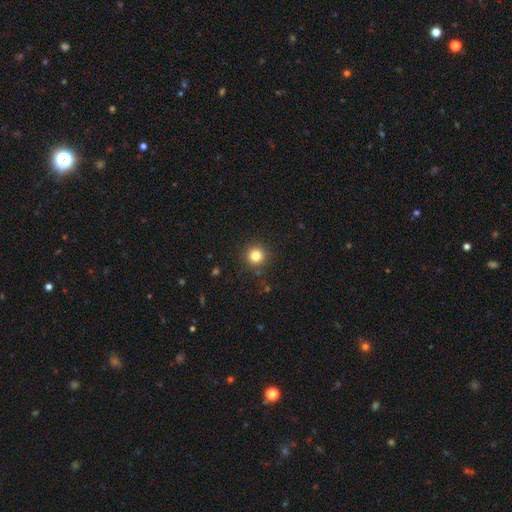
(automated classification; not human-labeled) This is clearly a smooth galaxy (81%). How rounded: clearly round (95%). Merging: clearly none (91%).